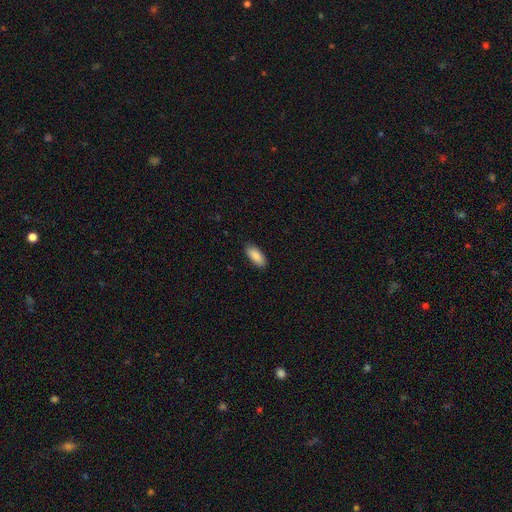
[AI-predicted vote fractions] A smooth galaxy with no disk features (88%) that is in between round and cigar-shaped (85%).

Vote fractions:
- Smooth or featured? smooth: 88% / star or artifact: 6% / featured or disk: 6%
- How rounded? in between: 85% / cigar-shaped: 14% / round: 2%
- Merging? none: 88% / minor disturbance: 9% / major disturbance: 2% / merger: 1%